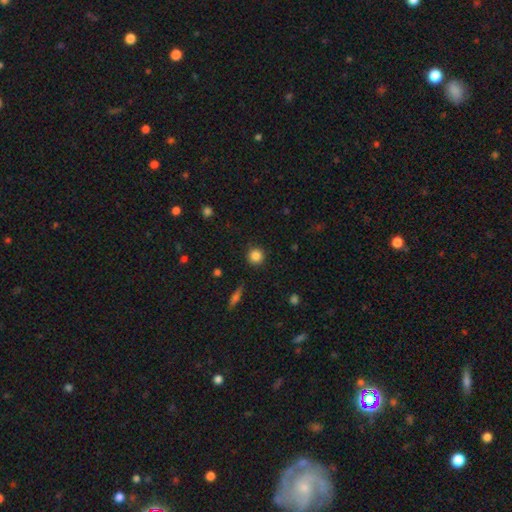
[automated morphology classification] smooth-or-featured: smooth: 85% | star or artifact: 10% | featured or disk: 5%
  how-rounded: round: 94% | in between: 5% | cigar-shaped: 1%
  merging: none: 90% | minor disturbance: 7% | major disturbance: 2% | merger: 1%